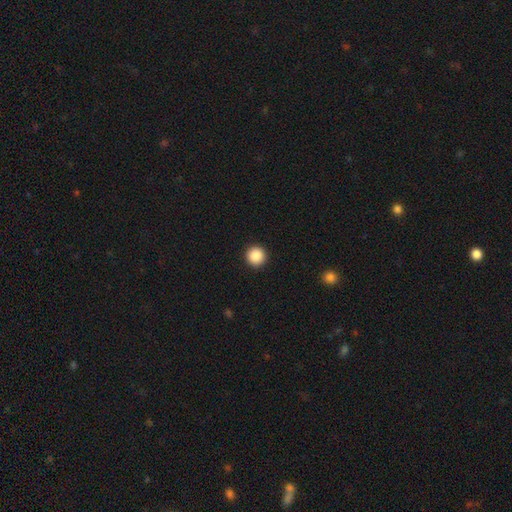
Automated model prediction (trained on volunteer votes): This appears to be a smooth galaxy with no disk features (88%) that is round (96%). Merging: none (93%).